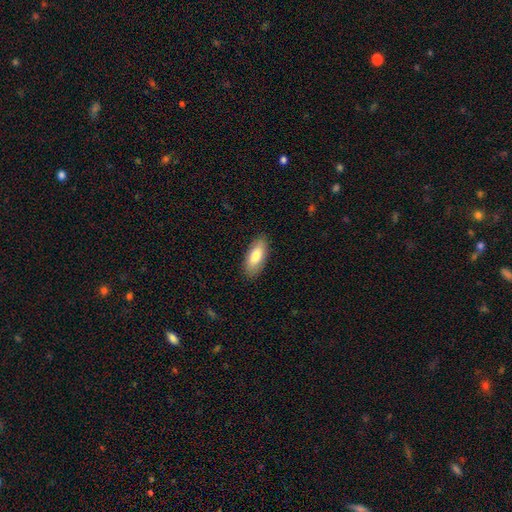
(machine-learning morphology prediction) Smooth or featured: smooth — 79% (featured or disk — 15%)
How rounded: in between — 84% (cigar-shaped — 14%)
Merging: none — 88% (minor disturbance — 9%)